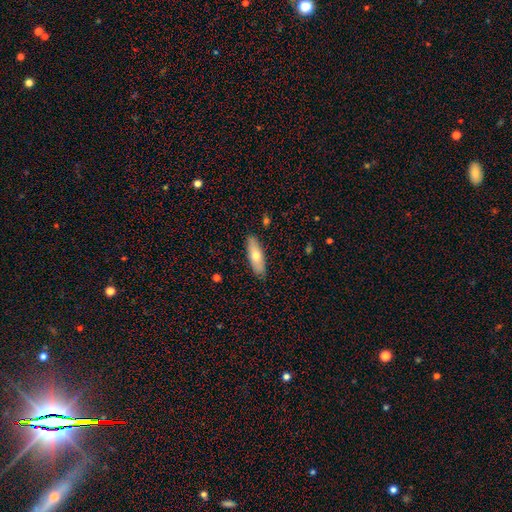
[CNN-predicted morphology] Overall: smooth (66%; featured or disk 28%). How rounded: in between (58%; cigar-shaped 40%). Merging: none (88%).